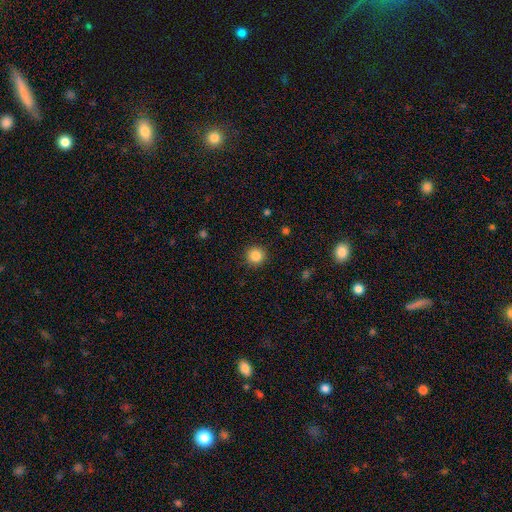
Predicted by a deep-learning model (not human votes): smooth 85%, star or artifact 10%, featured or disk 4%. Down the decision tree: how rounded — round (95%); merging — none (92%).